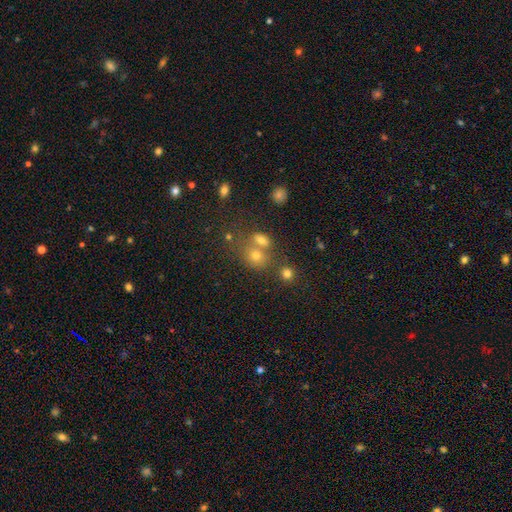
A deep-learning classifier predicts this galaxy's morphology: smooth-or-featured: smooth: 68% | star or artifact: 19% | featured or disk: 13%
  how-rounded: round: 59% | in between: 40% | cigar-shaped: 1%
  merging: none: 43% | merger: 42% | minor disturbance: 10% | major disturbance: 5%